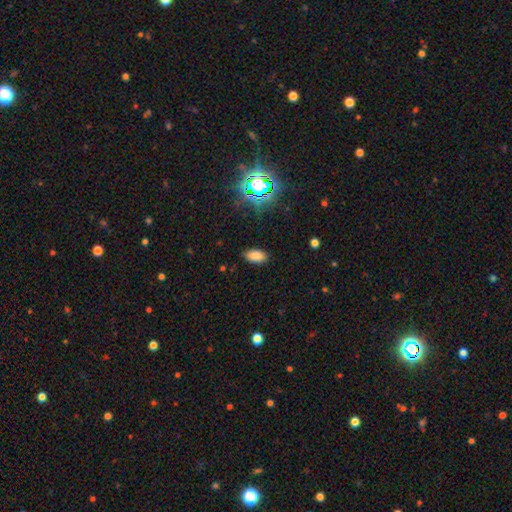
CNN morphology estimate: A smooth galaxy with no disk features (82%) that is in between round and cigar-shaped (93%). Merging: none (86%).